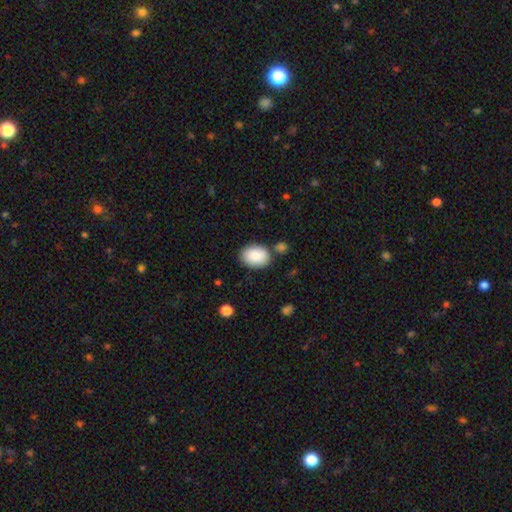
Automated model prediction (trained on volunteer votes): This is clearly a smooth galaxy (89%). How rounded: likely in between (79%). Merging: likely none (76%).